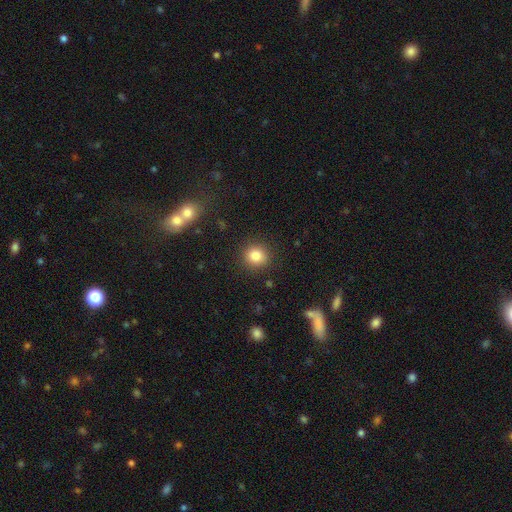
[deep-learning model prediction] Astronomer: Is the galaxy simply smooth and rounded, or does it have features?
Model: smooth — 83%.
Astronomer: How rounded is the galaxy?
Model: round — 88%.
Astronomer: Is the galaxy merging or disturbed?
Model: none — 89%.